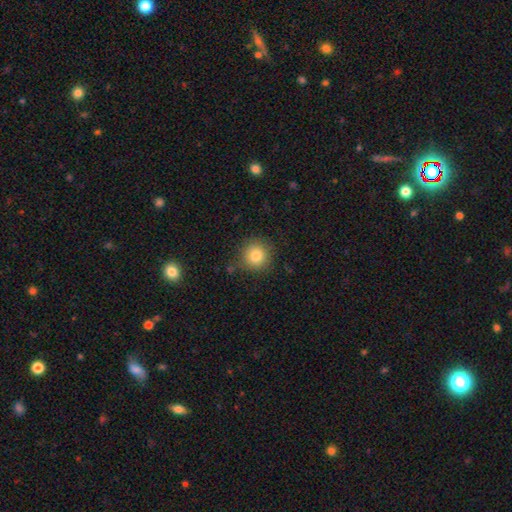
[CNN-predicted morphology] This appears to be a smooth galaxy with no disk features (82%) that is round (93%). Merging: none (83%).